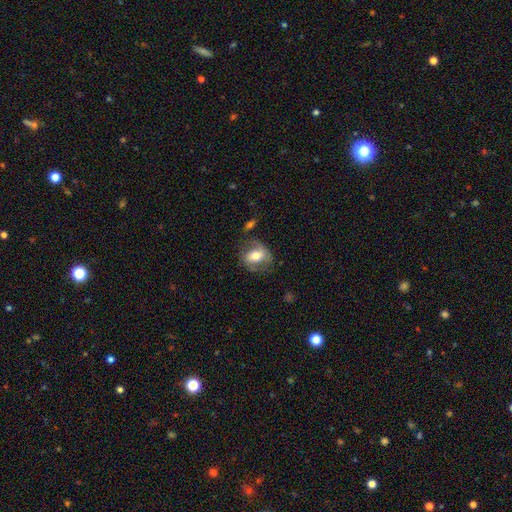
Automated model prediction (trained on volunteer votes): Overall: smooth (47%; featured or disk 45%). Merging: none (59%; minor disturbance 24%).